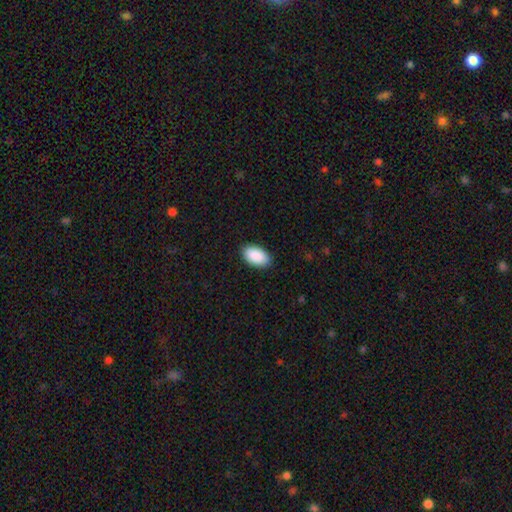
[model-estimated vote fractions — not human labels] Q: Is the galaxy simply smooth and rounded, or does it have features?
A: smooth — 91%.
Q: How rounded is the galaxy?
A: in between — 95%.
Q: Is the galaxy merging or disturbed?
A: none — 88%.